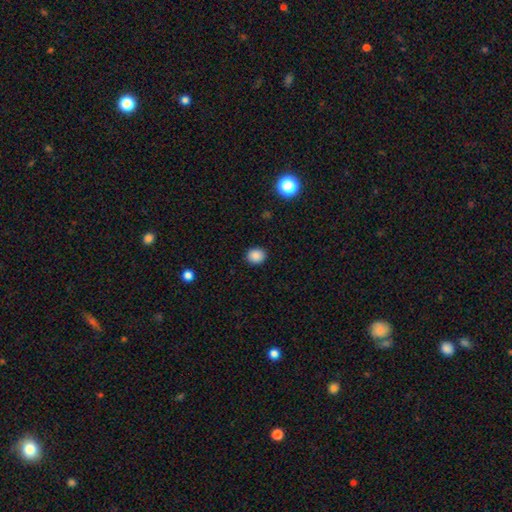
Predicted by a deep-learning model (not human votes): Morphology: type=smooth (86%); roundness=round (72%); merging=none (90%).